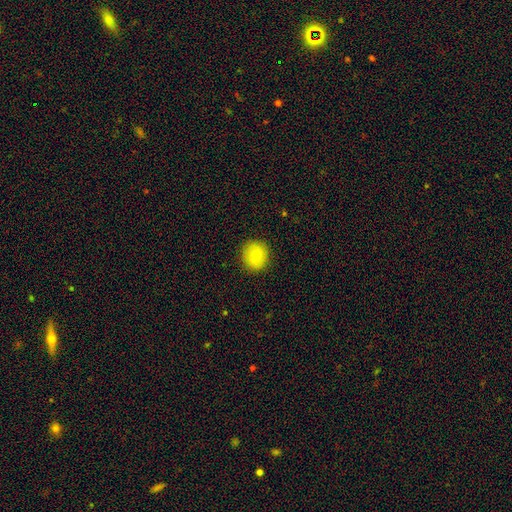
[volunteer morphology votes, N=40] Smooth or featured? 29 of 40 (72%) said smooth. How rounded? 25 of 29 (86%) said round. Merging? 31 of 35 (89%) said none.